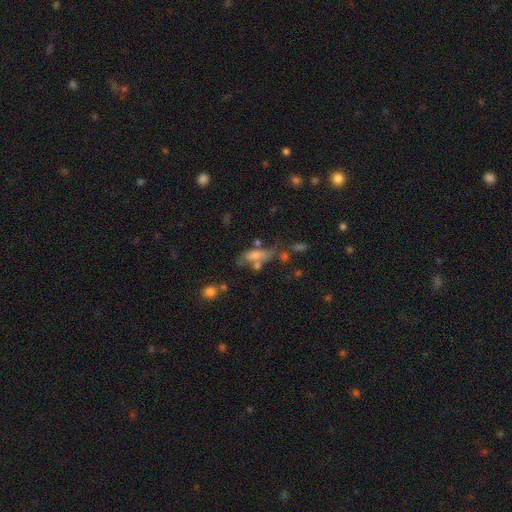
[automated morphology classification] type=smooth (65%); roundness=in between (68%); merging=none (38%).